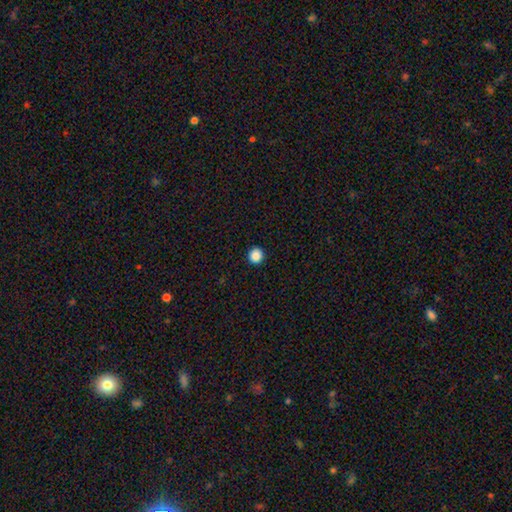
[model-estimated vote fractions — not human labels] smooth_or_featured: smooth (p=0.88) [alt: star or artifact p=0.10]
how_rounded: round (p=0.95) [alt: in between p=0.04]
merging: none (p=0.94) [alt: minor disturbance p=0.04]